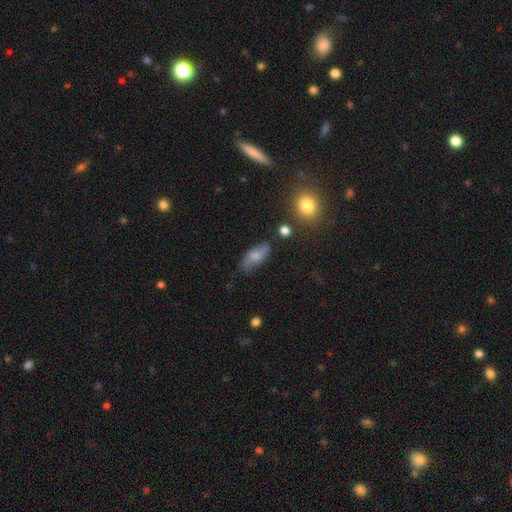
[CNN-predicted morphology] Smooth or featured? smooth (64%)
How rounded? in between (82%)
Merging? none (68%)